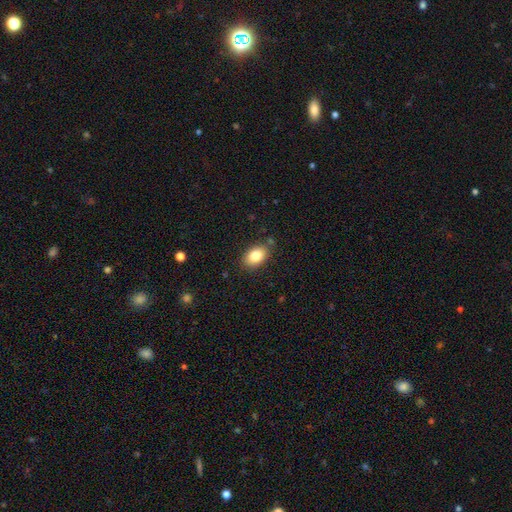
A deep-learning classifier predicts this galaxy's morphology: A smooth galaxy with no disk features (83%) that is in between round and cigar-shaped (86%). Merging: none (83%).